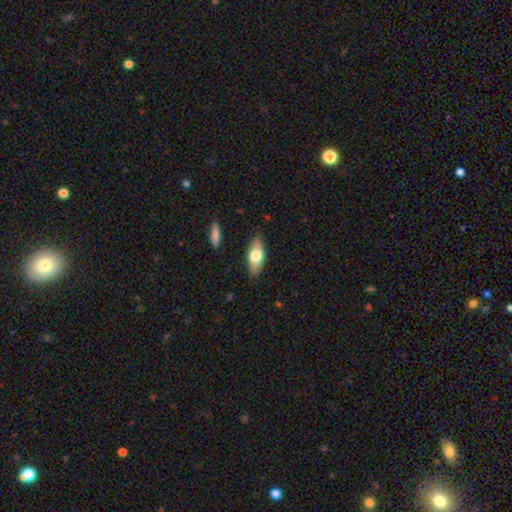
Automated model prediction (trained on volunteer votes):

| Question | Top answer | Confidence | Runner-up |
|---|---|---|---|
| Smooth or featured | smooth | 68% | featured or disk (26%) |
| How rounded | in between | 82% | cigar-shaped (15%) |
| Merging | none | 85% | minor disturbance (11%) |